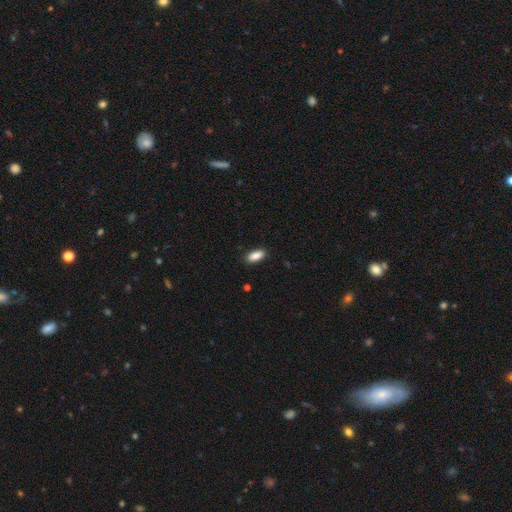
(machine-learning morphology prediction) smooth-or-featured: smooth: 88% | star or artifact: 7% | featured or disk: 5%
  how-rounded: in between: 85% | cigar-shaped: 13% | round: 2%
  merging: none: 87% | minor disturbance: 10% | major disturbance: 2% | merger: 1%